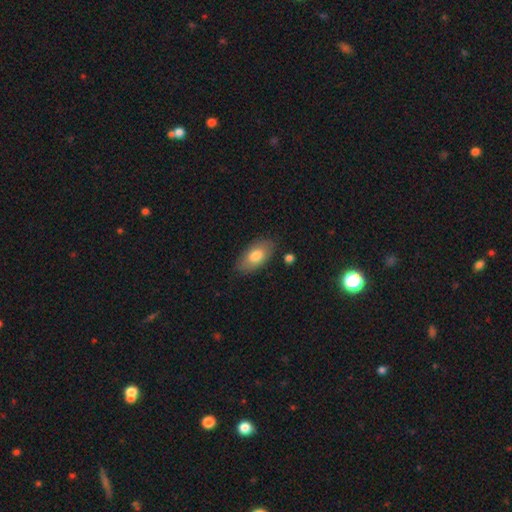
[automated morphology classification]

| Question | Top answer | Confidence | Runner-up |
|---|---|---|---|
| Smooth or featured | smooth | 77% | featured or disk (17%) |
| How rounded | in between | 92% | cigar-shaped (5%) |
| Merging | none | 80% | minor disturbance (15%) |